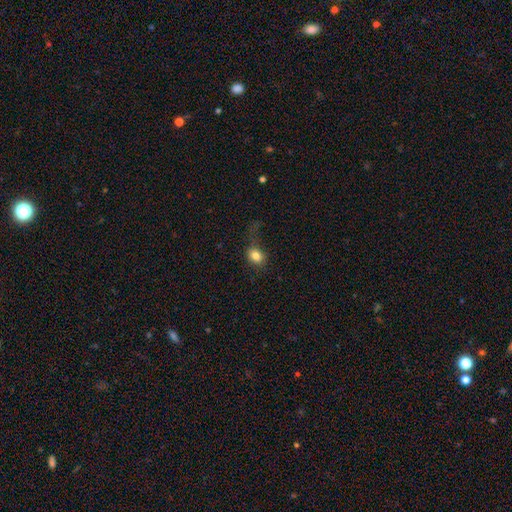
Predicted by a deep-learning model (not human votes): Overall: smooth (81%). How rounded: round (52%; in between 47%). Merging: none (49%; major disturbance 24%).